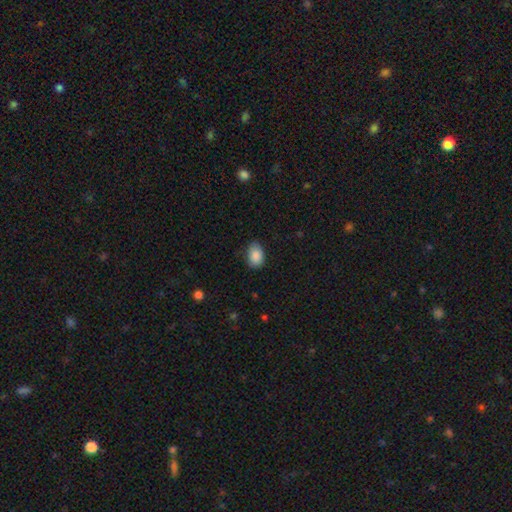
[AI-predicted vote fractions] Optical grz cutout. It shows a smooth galaxy with no disk features (88%) that is in between round and cigar-shaped (86%). Merging: none (75%).